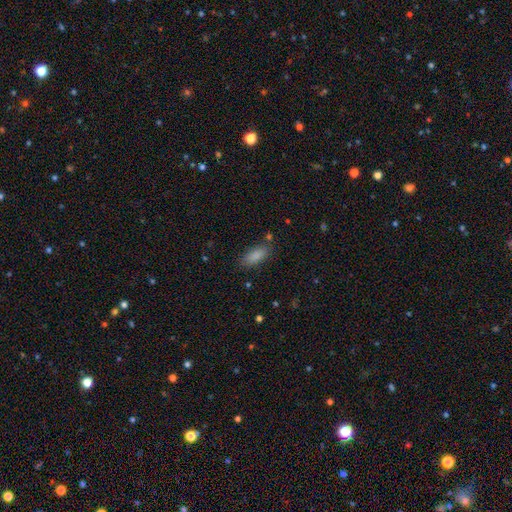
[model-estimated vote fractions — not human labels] smooth_or_featured: smooth (p=0.87) [alt: star or artifact p=0.08]
how_rounded: in between (p=0.77) [alt: cigar-shaped p=0.21]
merging: none (p=0.81) [alt: minor disturbance p=0.12]